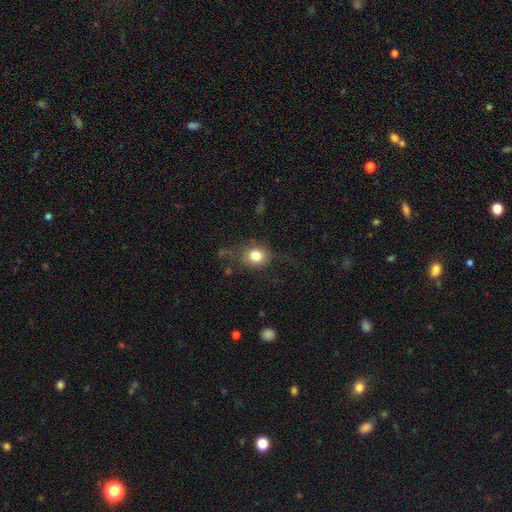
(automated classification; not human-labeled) A smooth galaxy with no disk features (79%) that is round (72%).

Vote fractions:
- Smooth or featured? smooth: 79% / star or artifact: 11% / featured or disk: 10%
- How rounded? round: 72% / in between: 26% / cigar-shaped: 1%
- Merging? none: 67% / minor disturbance: 20% / major disturbance: 11% / merger: 2%